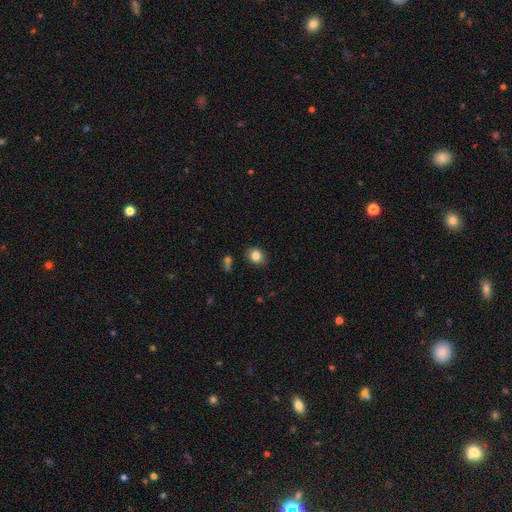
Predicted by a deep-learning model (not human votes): Overall: smooth (83%). How rounded: round (60%; in between 39%). Merging: none (84%).